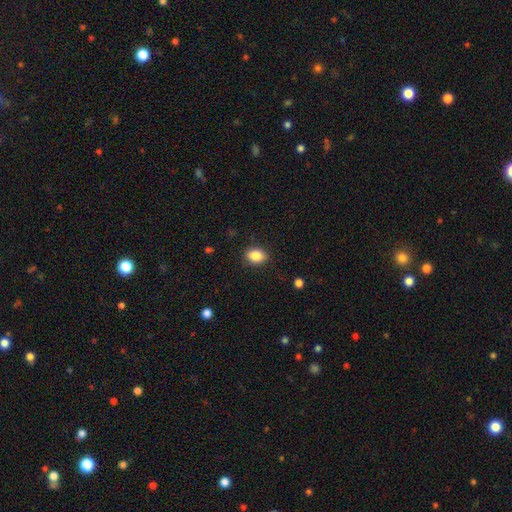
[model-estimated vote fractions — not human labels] The model was most divided on "how rounded": in between: 68%, round: 30%, cigar-shaped: 1%. More confident: merging — none (87%); smooth or featured — smooth (86%).